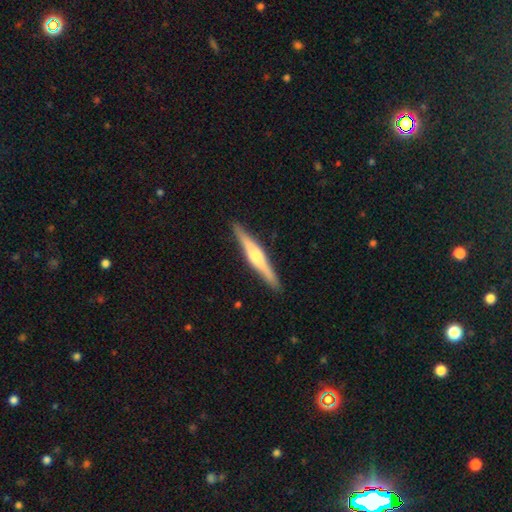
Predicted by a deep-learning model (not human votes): smooth_or_featured: featured or disk (p=0.71) [alt: smooth p=0.24]
disk_edge_on: yes (p=0.98) [alt: no p=0.02]
edge_on_bulge: rounded (p=0.82) [alt: boxy p=0.12]
merging: none (p=0.91) [alt: minor disturbance p=0.07]